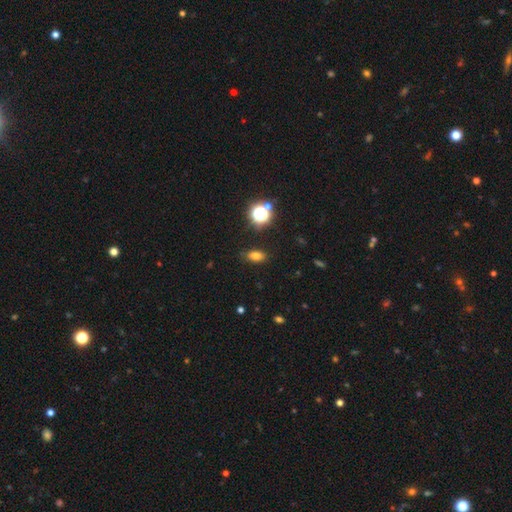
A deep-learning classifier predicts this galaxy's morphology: A smooth galaxy with no disk features (73%) that is in between round and cigar-shaped (79%). Merging: none (86%).